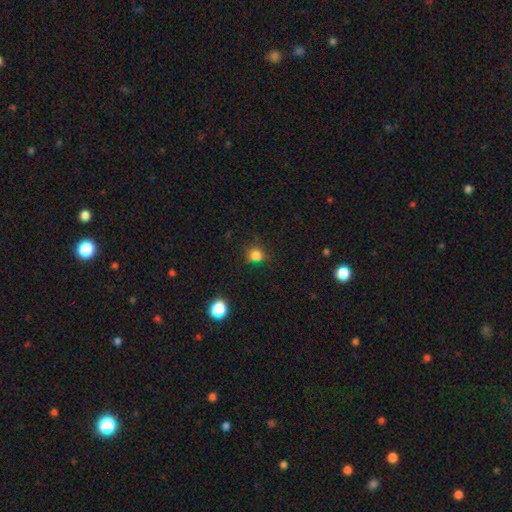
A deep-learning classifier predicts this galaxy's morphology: Smooth or featured? Predicted: smooth (p=0.80). How rounded? Predicted: round (p=0.81). Merging? Predicted: none (p=0.73).